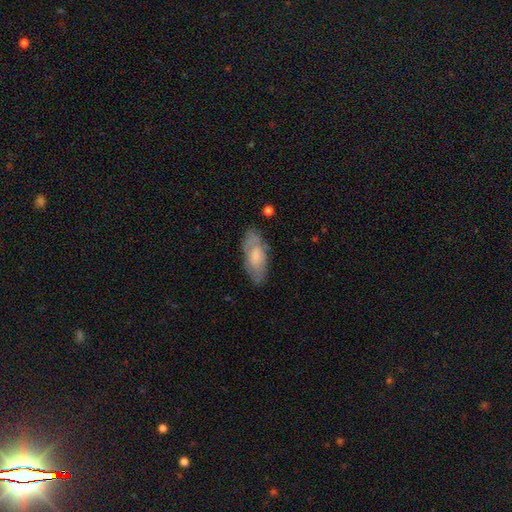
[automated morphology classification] A smooth galaxy with no disk features (49%).

Vote fractions:
- Smooth or featured? smooth: 49% / featured or disk: 45% / star or artifact: 6%
- Merging? none: 71% / minor disturbance: 21% / major disturbance: 6% / merger: 2%